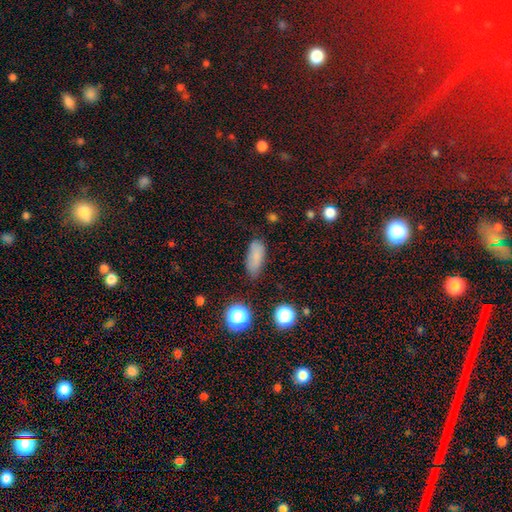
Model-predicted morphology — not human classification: Q: Smooth or featured?
A: smooth (80%); runner-up: star or artifact (13%)
Q: How rounded?
A: in between (80%); runner-up: cigar-shaped (15%)
Q: Merging?
A: none (69%); runner-up: minor disturbance (22%)